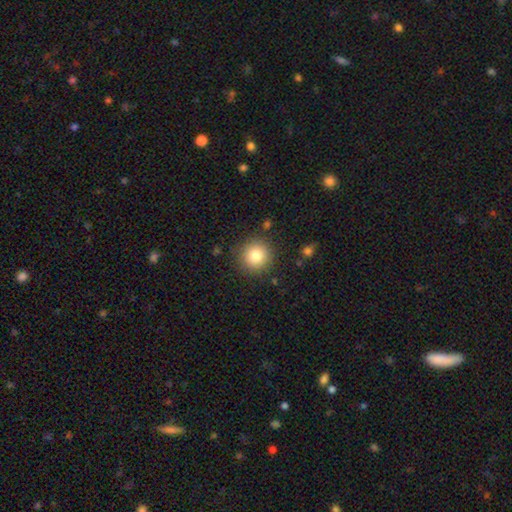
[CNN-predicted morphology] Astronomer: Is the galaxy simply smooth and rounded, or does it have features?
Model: smooth — 83%.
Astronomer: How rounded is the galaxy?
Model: round — 94%.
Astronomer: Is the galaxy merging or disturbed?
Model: none — 88%.